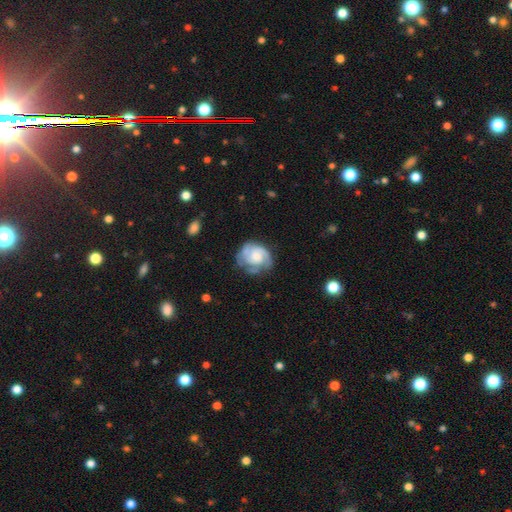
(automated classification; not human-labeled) A featured or disk galaxy (72%) with no bar (69%), 2 (38%) tight (52%) spiral arms (90%) and a moderate central bulge (42%). Merging: none (62%).